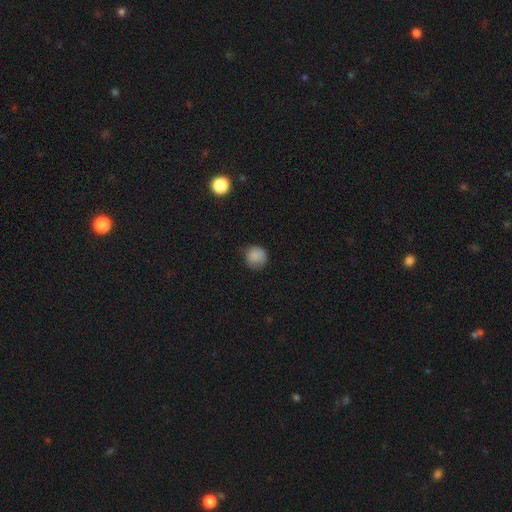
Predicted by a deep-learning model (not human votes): smooth 86%, star or artifact 10%, featured or disk 5%. Down the decision tree: how rounded — round (90%); merging — none (72%).